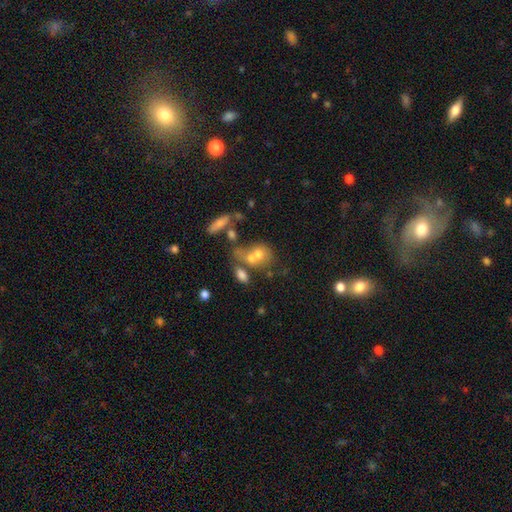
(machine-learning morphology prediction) This is likely a smooth galaxy (63%). How rounded: possibly in between (53%). Merging: possibly merger (54%).